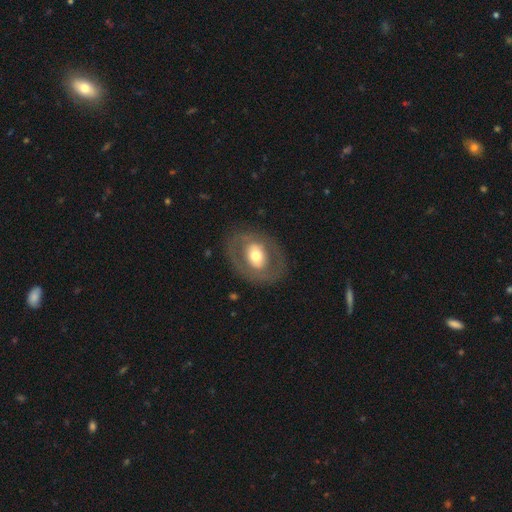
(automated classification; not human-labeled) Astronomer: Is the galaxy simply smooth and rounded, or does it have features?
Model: featured or disk — 50% (runner-up: smooth, 43%).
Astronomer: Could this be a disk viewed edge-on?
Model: no — 93%.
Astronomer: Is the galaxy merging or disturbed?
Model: none — 78%.